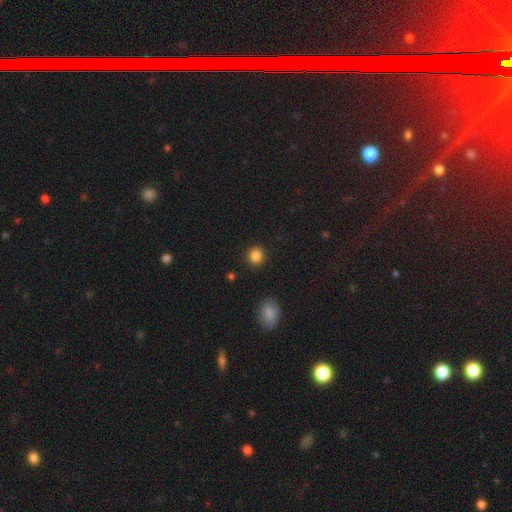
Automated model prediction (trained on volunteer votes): This is clearly a smooth galaxy (86%). How rounded: clearly round (90%). Merging: clearly none (91%).